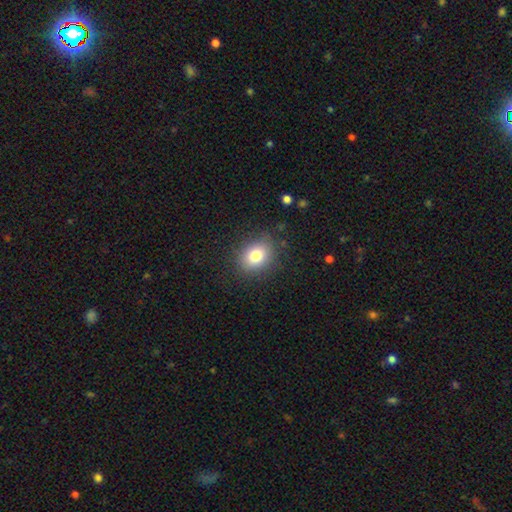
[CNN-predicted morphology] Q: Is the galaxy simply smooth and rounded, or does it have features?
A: smooth — 80%.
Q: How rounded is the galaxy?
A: in between — 52%.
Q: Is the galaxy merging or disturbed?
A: none — 85%.